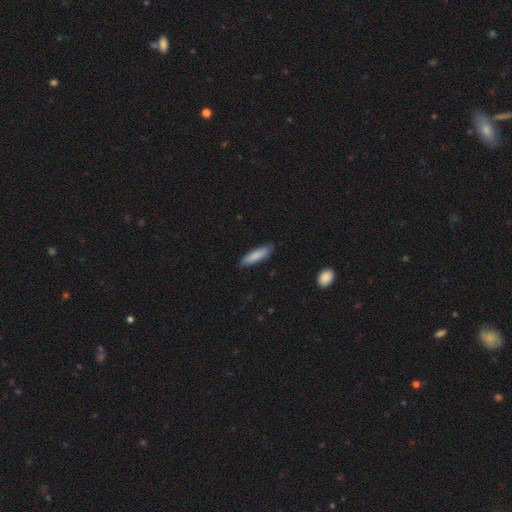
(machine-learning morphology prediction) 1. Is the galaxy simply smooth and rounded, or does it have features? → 84% smooth, 11% featured or disk, 5% star or artifact.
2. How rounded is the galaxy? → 67% cigar-shaped, 32% in between, 1% round.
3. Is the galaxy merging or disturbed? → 83% none, 14% minor disturbance, 2% major disturbance, 1% merger.